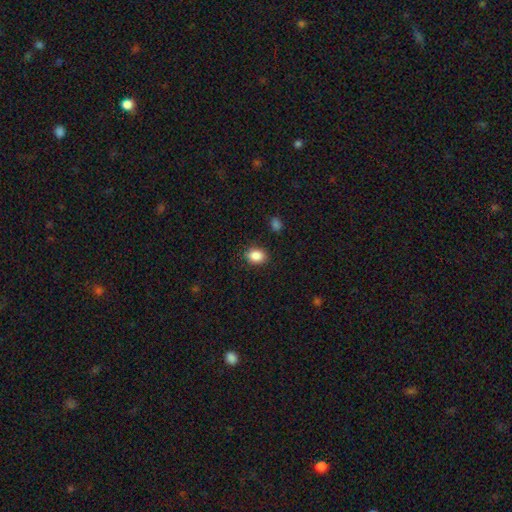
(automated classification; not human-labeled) Smooth or featured?
  - smooth: 87% *
  - star or artifact: 9%
  - featured or disk: 4%
How rounded?
  - in between: 64% *
  - round: 35%
  - cigar-shaped: 1%
Merging?
  - none: 86% *
  - minor disturbance: 10%
  - major disturbance: 3%
  - merger: 2%